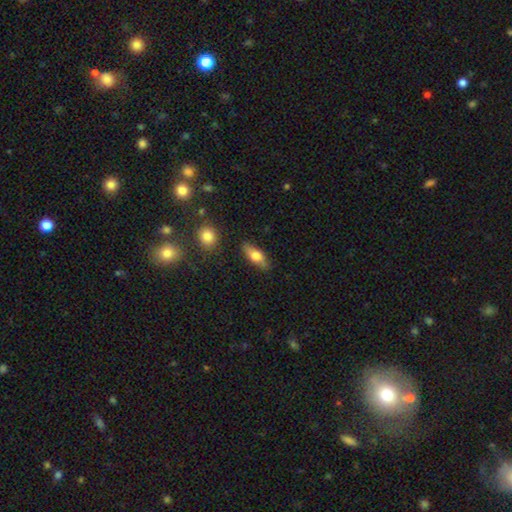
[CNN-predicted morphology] Smooth or featured? smooth (64%)
How rounded? in between (67%)
Merging? none (85%)